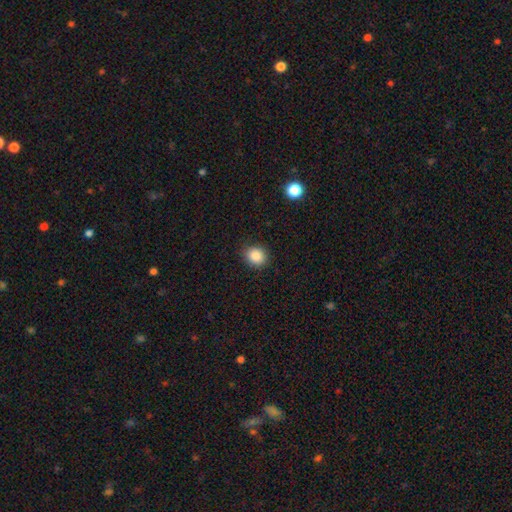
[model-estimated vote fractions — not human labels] A smooth galaxy with no disk features (86%) that is round (73%).

Vote fractions:
- Smooth or featured? smooth: 86% / star or artifact: 10% / featured or disk: 4%
- How rounded? round: 73% / in between: 26% / cigar-shaped: 1%
- Merging? none: 89% / minor disturbance: 8% / major disturbance: 2% / merger: 1%